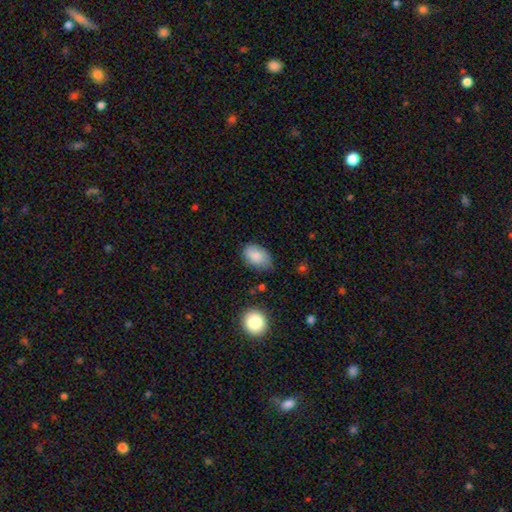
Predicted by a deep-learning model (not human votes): Smooth or featured? Predicted: smooth (p=0.85). How rounded? Predicted: in between (p=0.89). Merging? Predicted: none (p=0.64).